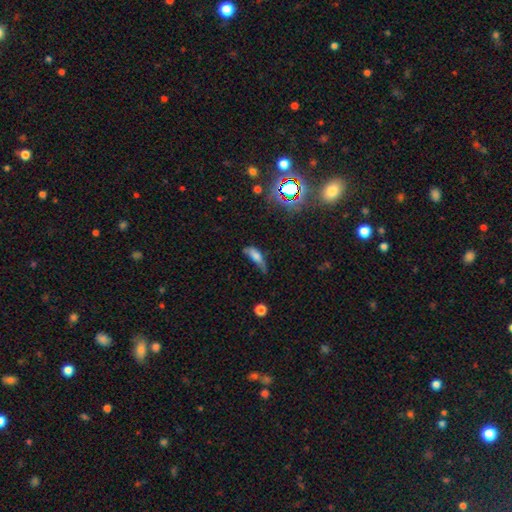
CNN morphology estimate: This appears to be a smooth galaxy with no disk features (61%) that is in between round and cigar-shaped (54%). Merging: minor disturbance (36%).